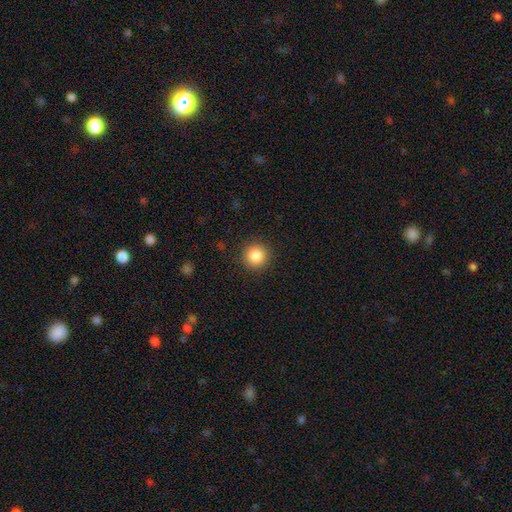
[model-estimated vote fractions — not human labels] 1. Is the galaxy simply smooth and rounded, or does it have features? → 86% smooth, 10% star or artifact, 4% featured or disk.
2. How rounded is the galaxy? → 95% round, 4% in between, 1% cigar-shaped.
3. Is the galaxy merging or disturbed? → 91% none, 6% minor disturbance, 2% major disturbance, 1% merger.